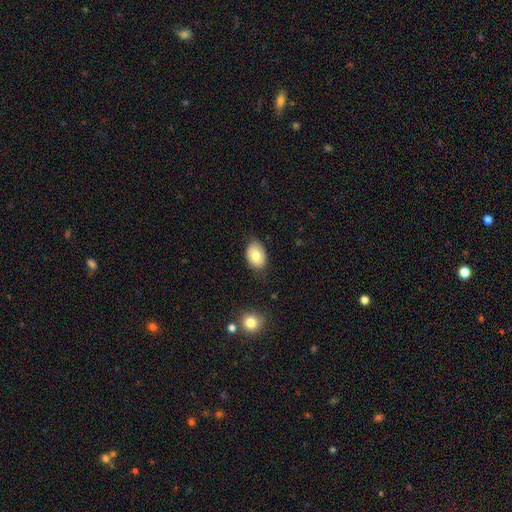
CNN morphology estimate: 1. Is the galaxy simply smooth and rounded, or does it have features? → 79% smooth, 14% featured or disk, 8% star or artifact.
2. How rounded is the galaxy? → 84% in between, 15% round, 1% cigar-shaped.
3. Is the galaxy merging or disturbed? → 77% none, 18% minor disturbance, 3% major disturbance, 2% merger.